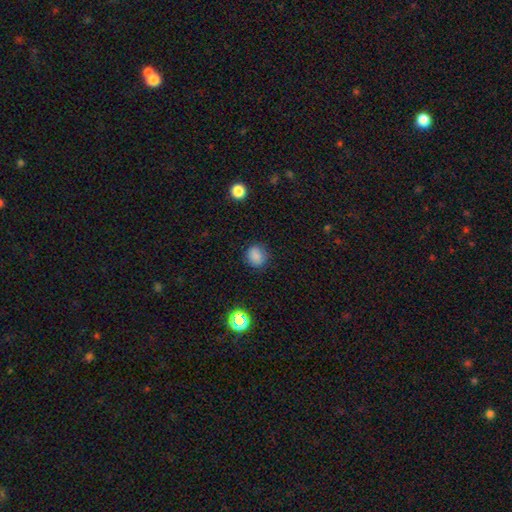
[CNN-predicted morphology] type=smooth (83%); roundness=round (74%); merging=none (84%).